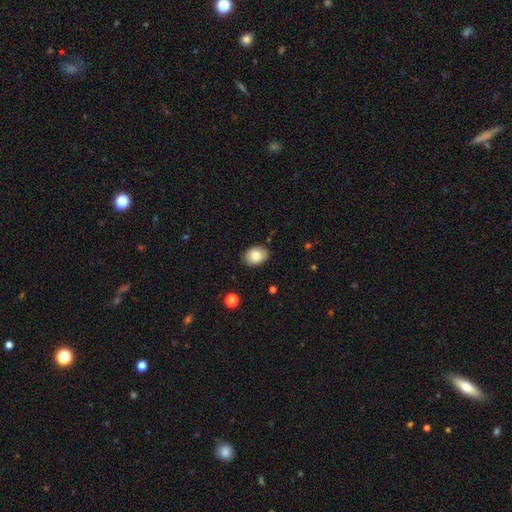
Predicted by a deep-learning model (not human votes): Overall: smooth (85%). How rounded: in between (71%). Merging: none (83%).